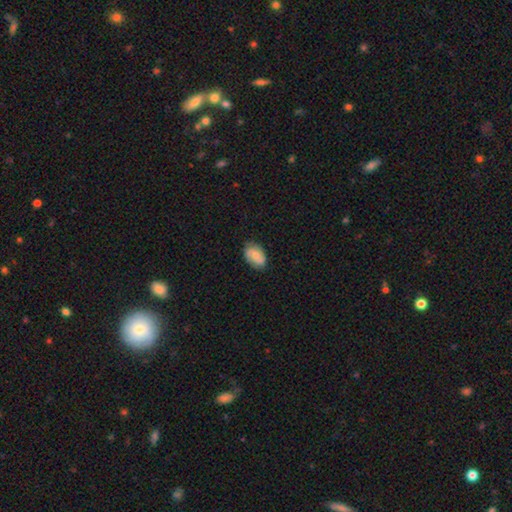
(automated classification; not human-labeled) smooth-or-featured: featured or disk: 53% | smooth: 40% | star or artifact: 7%
  disk-edge-on: no: 97% | yes: 3%
    bar: no: 58% | weak: 36% | strong: 6%
    has-spiral-arms: yes: 90% | no: 10%
    bulge-size: small: 49% | moderate: 36% | none: 11% | large: 3% | dominant: 1%
  merging: none: 78% | minor disturbance: 17% | major disturbance: 4% | merger: 1%